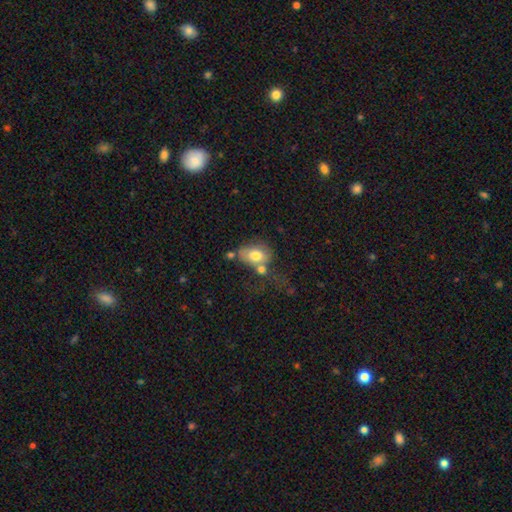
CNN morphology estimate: smooth 72%, featured or disk 20%, star or artifact 8%. Down the decision tree: how rounded — in between (73%); merging — merger (34%).